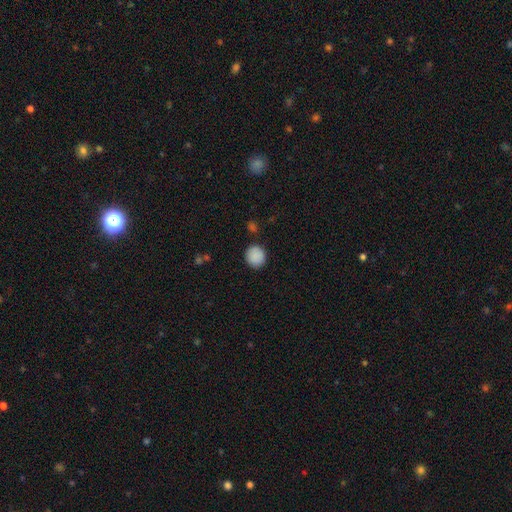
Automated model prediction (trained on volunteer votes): Overall: smooth (89%). How rounded: round (88%). Merging: none (87%).